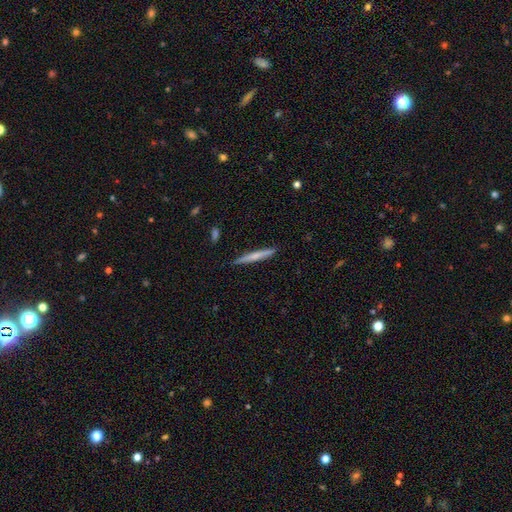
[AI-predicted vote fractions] The model was most divided on "smooth or featured": smooth: 58%, featured or disk: 37%, star or artifact: 5%. More confident: how rounded — cigar-shaped (96%); merging — none (89%).